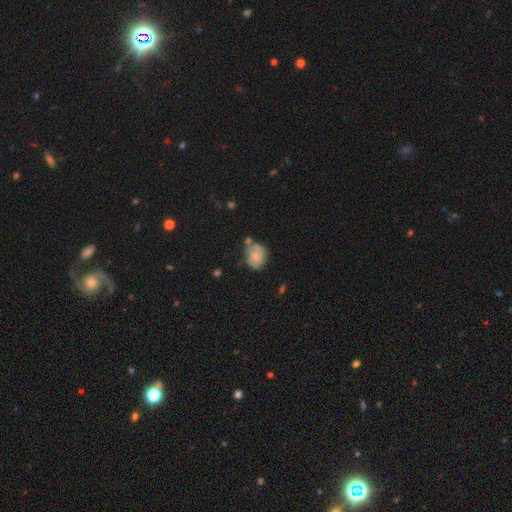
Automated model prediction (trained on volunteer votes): Morphology: type=featured or disk (46%); merging=none (48%).